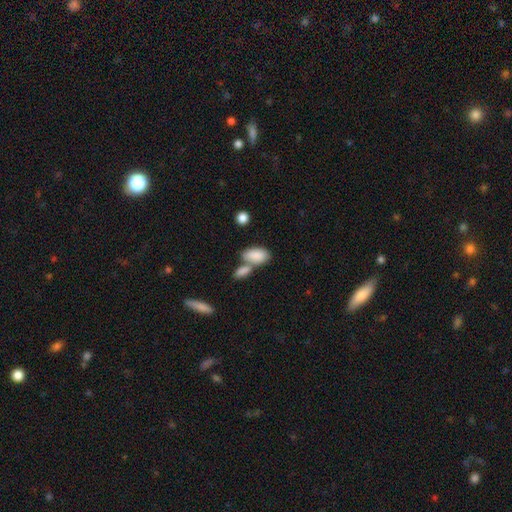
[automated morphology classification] Q: Smooth or featured?
A: smooth (85%); runner-up: featured or disk (8%)
Q: How rounded?
A: in between (93%); runner-up: round (4%)
Q: Merging?
A: merger (48%); runner-up: none (36%)